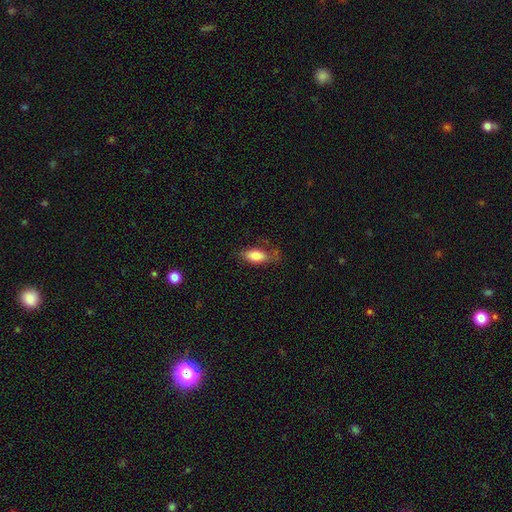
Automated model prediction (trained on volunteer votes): Overall: smooth (78%). How rounded: in between (86%). Merging: none (54%; minor disturbance 28%).